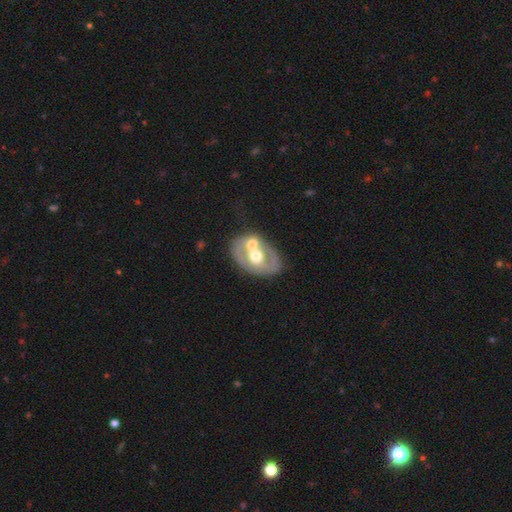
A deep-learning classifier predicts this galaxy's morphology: This appears to be a featured or disk galaxy (66%) with no bar (77%), no spiral arms (68%) and a moderate central bulge (72%). Merging: none (44%).